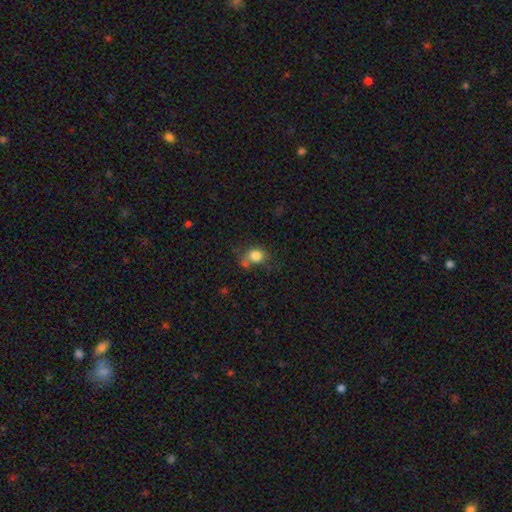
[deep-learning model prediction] A smooth galaxy with no disk features (81%) that is round (64%).

Vote fractions:
- Smooth or featured? smooth: 81% / star or artifact: 11% / featured or disk: 8%
- How rounded? round: 64% / in between: 35% / cigar-shaped: 1%
- Merging? none: 51% / minor disturbance: 25% / merger: 12% / major disturbance: 12%